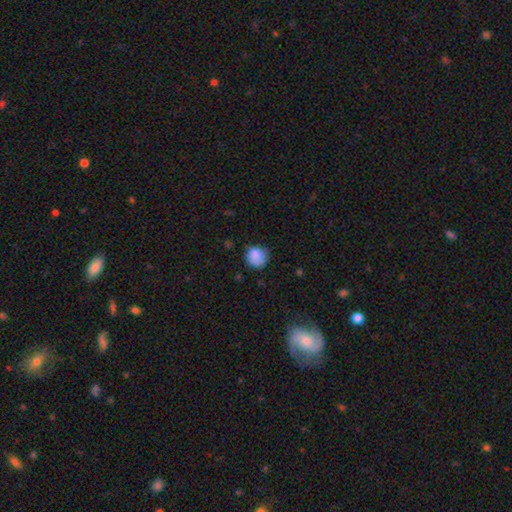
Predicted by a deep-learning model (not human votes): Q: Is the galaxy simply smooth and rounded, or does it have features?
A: smooth — 84%.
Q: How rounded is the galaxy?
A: round — 85%.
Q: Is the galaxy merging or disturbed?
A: none — 63%.